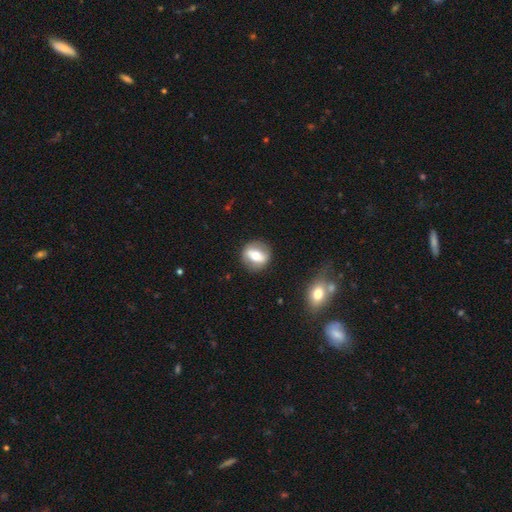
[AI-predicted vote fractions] Morphology: type=featured or disk (47%); merging=none (84%).